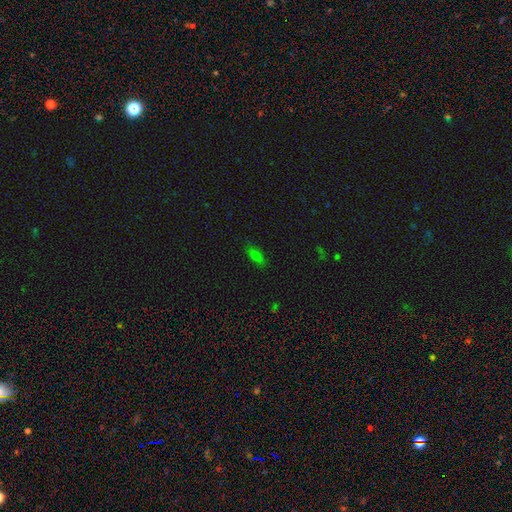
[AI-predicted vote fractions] A smooth galaxy with no disk features (71%) that is in between round and cigar-shaped (70%).

Vote fractions:
- Smooth or featured? smooth: 71% / star or artifact: 16% / featured or disk: 13%
- How rounded? in between: 70% / cigar-shaped: 25% / round: 5%
- Merging? none: 83% / minor disturbance: 12% / major disturbance: 3% / merger: 1%